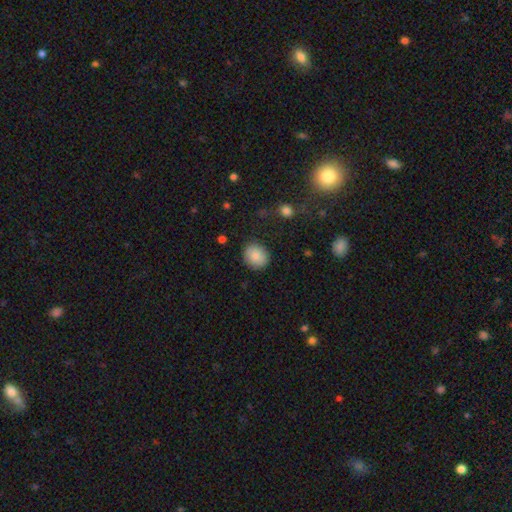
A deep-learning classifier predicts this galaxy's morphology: smooth 86%, star or artifact 8%, featured or disk 6%. Down the decision tree: how rounded — round (75%); merging — none (87%).